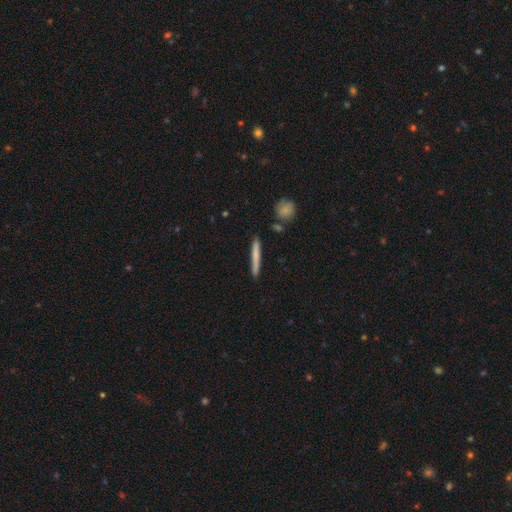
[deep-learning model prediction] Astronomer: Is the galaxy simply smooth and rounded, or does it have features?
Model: smooth — 67%.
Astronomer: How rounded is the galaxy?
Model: cigar-shaped — 96%.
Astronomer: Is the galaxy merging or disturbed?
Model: none — 88%.